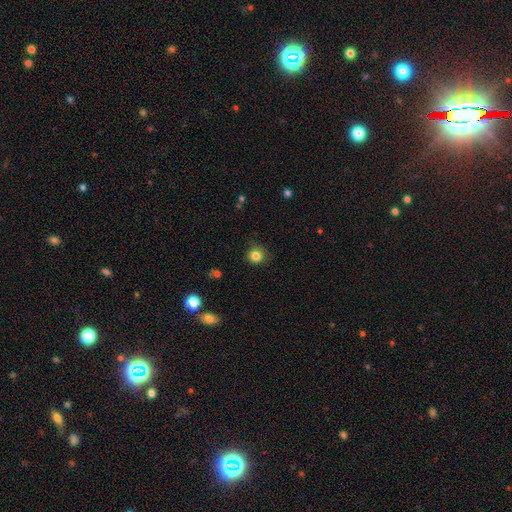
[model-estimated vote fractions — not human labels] Smooth or featured?
  - smooth: 83% *
  - star or artifact: 12%
  - featured or disk: 6%
How rounded?
  - round: 91% *
  - in between: 8%
  - cigar-shaped: 1%
Merging?
  - none: 82% *
  - minor disturbance: 14%
  - major disturbance: 3%
  - merger: 1%